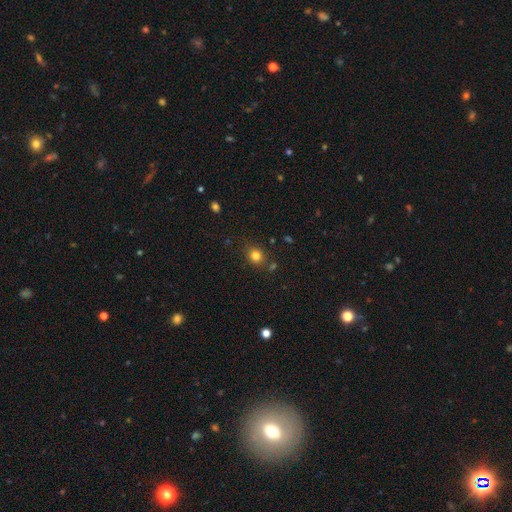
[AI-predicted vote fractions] Smooth or featured? Predicted: smooth (p=0.80). How rounded? Predicted: round (p=0.76). Merging? Predicted: none (p=0.81).